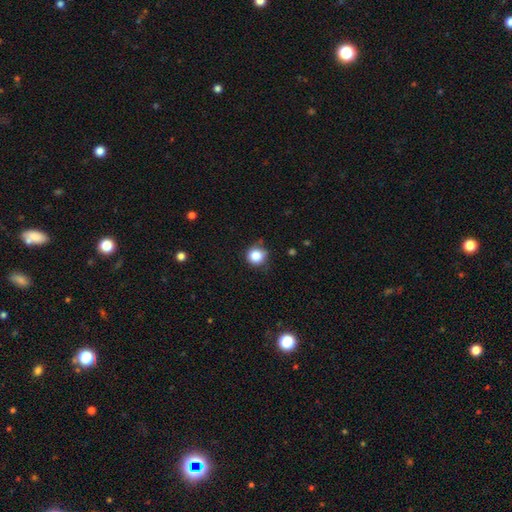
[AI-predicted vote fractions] Smooth or featured? Predicted: smooth (p=0.85). How rounded? Predicted: round (p=0.92). Merging? Predicted: none (p=0.77).